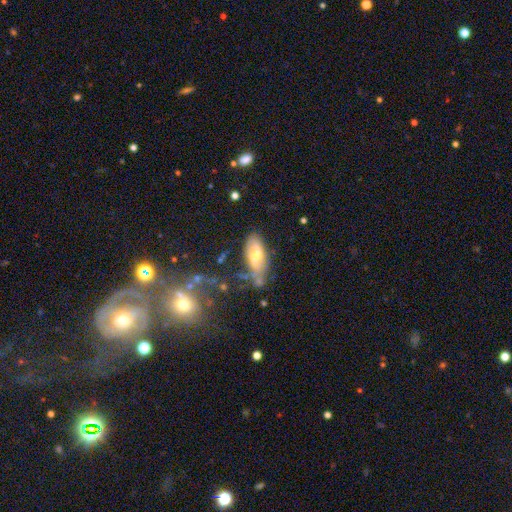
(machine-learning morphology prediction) smooth-or-featured: smooth: 47% | featured or disk: 44% | star or artifact: 9%
  merging: none: 52% | minor disturbance: 28% | major disturbance: 11% | merger: 9%